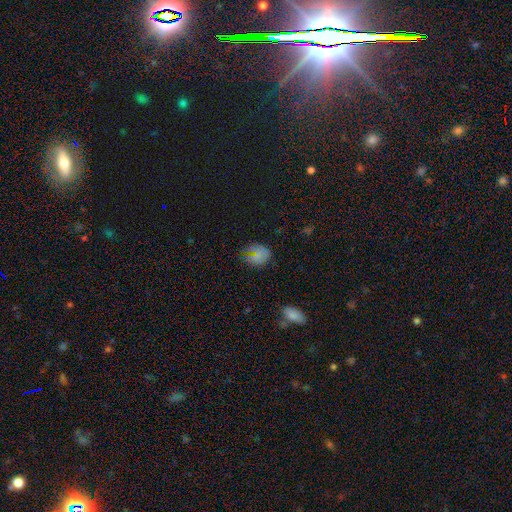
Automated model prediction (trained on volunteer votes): Q: Smooth or featured?
A: smooth (63%); runner-up: star or artifact (21%)
Q: How rounded?
A: in between (51%); runner-up: round (47%)
Q: Merging?
A: none (59%); runner-up: minor disturbance (25%)